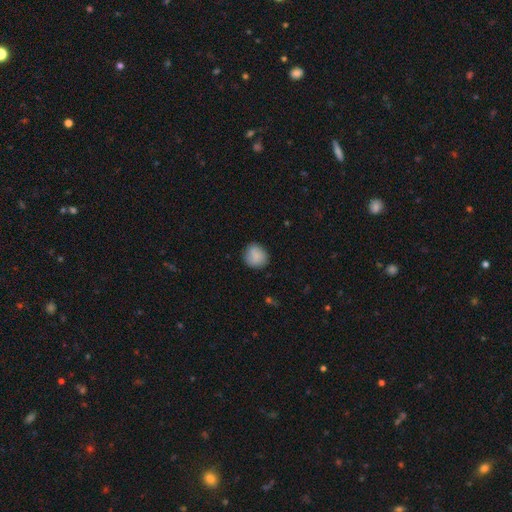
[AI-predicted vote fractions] Smooth or featured? smooth (84%)
How rounded? round (84%)
Merging? none (80%)